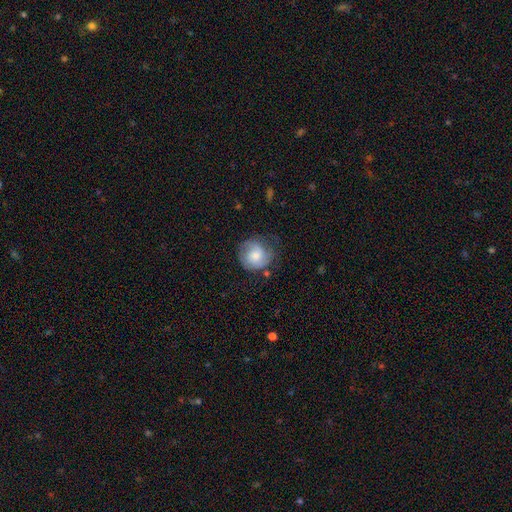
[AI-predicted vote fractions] The model was most divided on "smooth or featured": smooth: 53%, featured or disk: 40%, star or artifact: 7%. More confident: how rounded — round (85%); merging — none (59%).